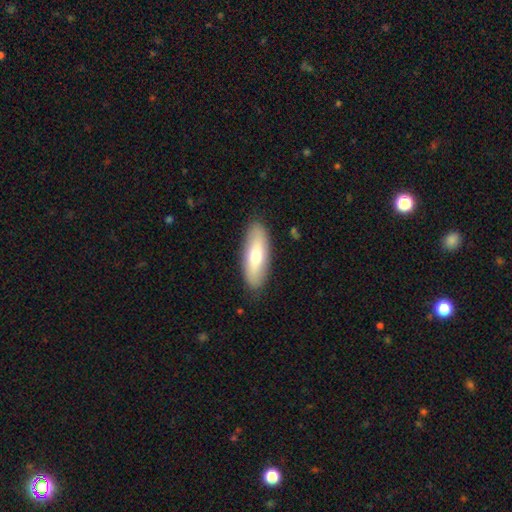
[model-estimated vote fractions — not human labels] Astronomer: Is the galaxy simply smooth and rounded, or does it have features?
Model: smooth — 62%.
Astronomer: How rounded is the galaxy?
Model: in between — 65%.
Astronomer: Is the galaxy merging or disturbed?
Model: none — 88%.